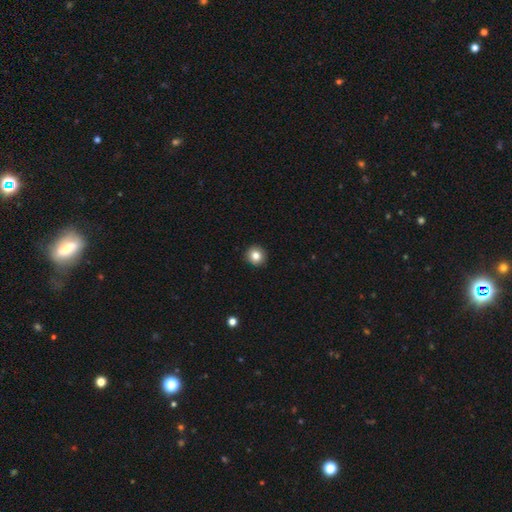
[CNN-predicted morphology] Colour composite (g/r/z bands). It shows a smooth galaxy with no disk features (83%) that is round (92%). Merging: none (92%).